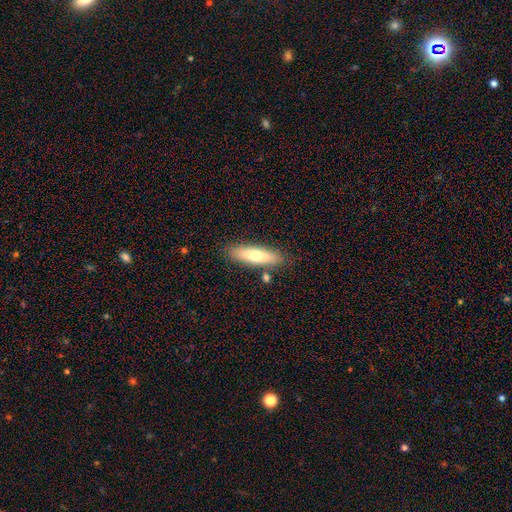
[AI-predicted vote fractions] Smooth or featured? smooth (65%)
How rounded? cigar-shaped (63%)
Merging? none (83%)